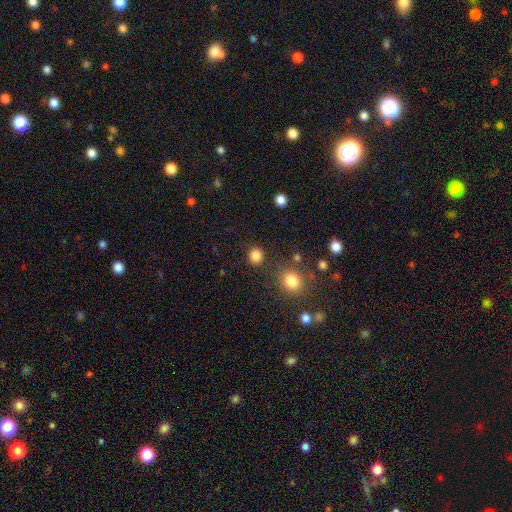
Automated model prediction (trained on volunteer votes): A smooth galaxy with no disk features (84%) that is round (82%).

Vote fractions:
- Smooth or featured? smooth: 84% / star or artifact: 12% / featured or disk: 4%
- How rounded? round: 82% / in between: 17% / cigar-shaped: 1%
- Merging? none: 86% / minor disturbance: 8% / merger: 3% / major disturbance: 3%